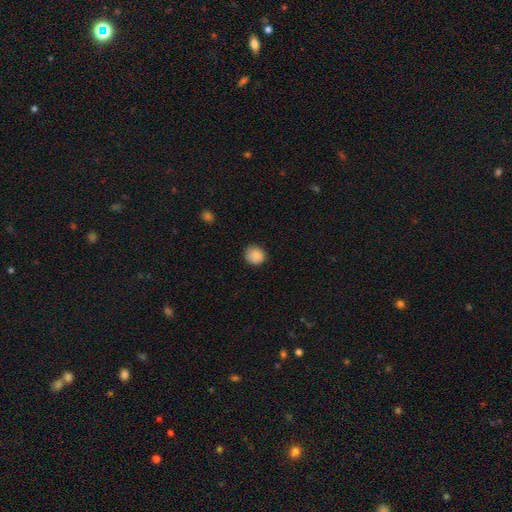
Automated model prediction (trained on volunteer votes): Overall: smooth (87%). How rounded: round (85%). Merging: none (83%).